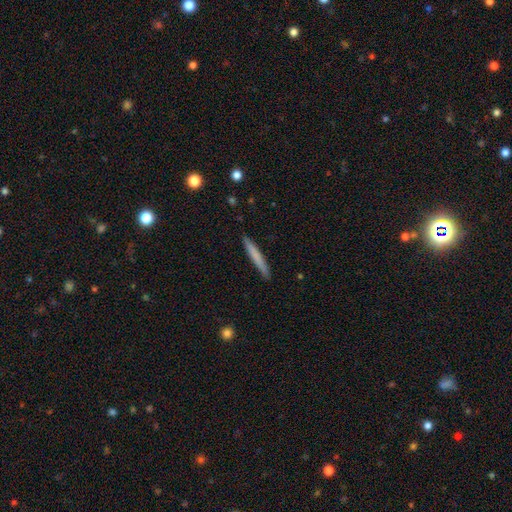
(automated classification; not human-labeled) smooth-or-featured: smooth: 71% | featured or disk: 24% | star or artifact: 6%
  how-rounded: cigar-shaped: 96% | in between: 3% | round: 1%
  merging: none: 89% | minor disturbance: 8% | major disturbance: 1% | merger: 1%